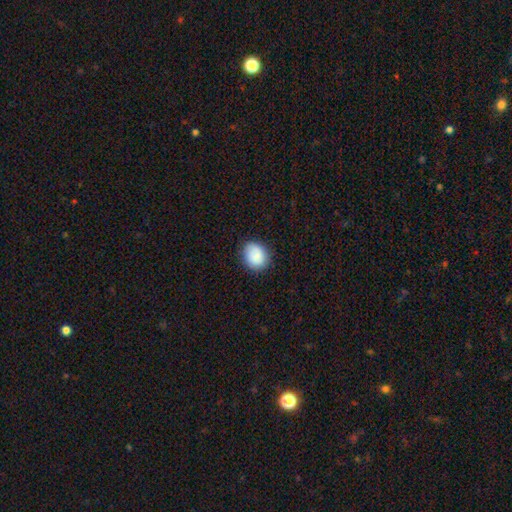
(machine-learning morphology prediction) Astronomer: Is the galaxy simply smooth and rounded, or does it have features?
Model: smooth — 86%.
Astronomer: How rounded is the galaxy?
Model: round — 61% (runner-up: in between, 38%).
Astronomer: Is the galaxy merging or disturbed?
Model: none — 83%.